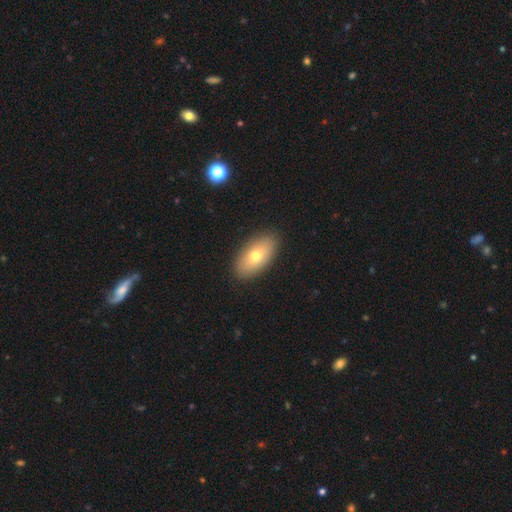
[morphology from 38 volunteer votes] Overall: smooth (71%). How rounded: in between (93%). Merging: none (94%).